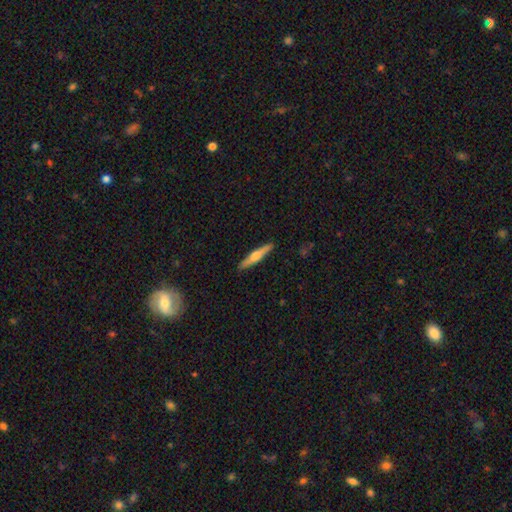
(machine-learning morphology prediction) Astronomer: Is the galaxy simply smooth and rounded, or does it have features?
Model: featured or disk — 57% (runner-up: smooth, 37%).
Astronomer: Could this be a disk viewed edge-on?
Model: yes — 97%.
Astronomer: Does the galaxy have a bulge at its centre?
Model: rounded — 90%.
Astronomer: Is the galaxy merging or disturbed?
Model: none — 91%.